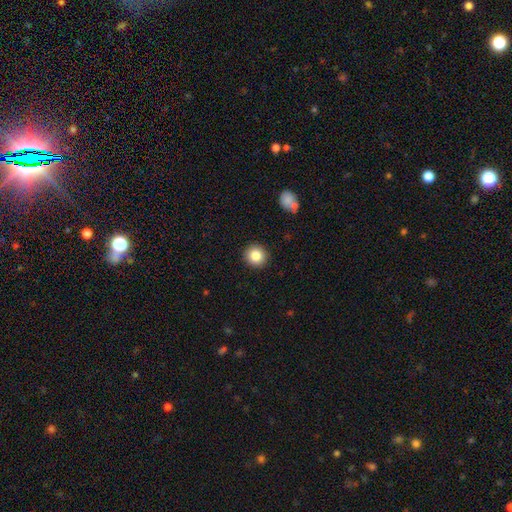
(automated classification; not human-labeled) smooth-or-featured: smooth: 85% | star or artifact: 9% | featured or disk: 6%
  how-rounded: round: 93% | in between: 6% | cigar-shaped: 1%
  merging: none: 92% | minor disturbance: 5% | major disturbance: 2% | merger: 1%